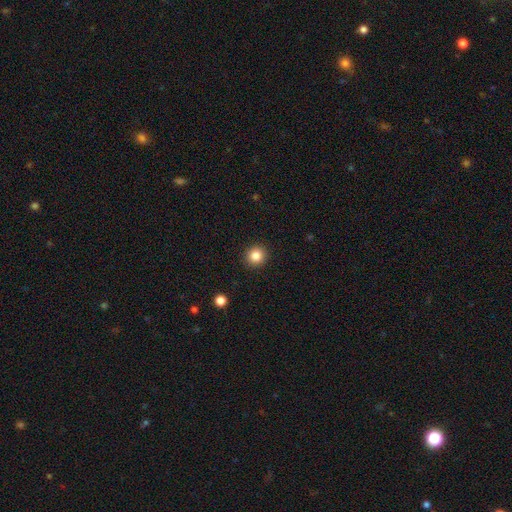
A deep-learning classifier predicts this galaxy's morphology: smooth-or-featured: smooth: 85% | star or artifact: 10% | featured or disk: 5%
  how-rounded: round: 91% | in between: 8% | cigar-shaped: 1%
  merging: none: 92% | minor disturbance: 5% | major disturbance: 2% | merger: 1%